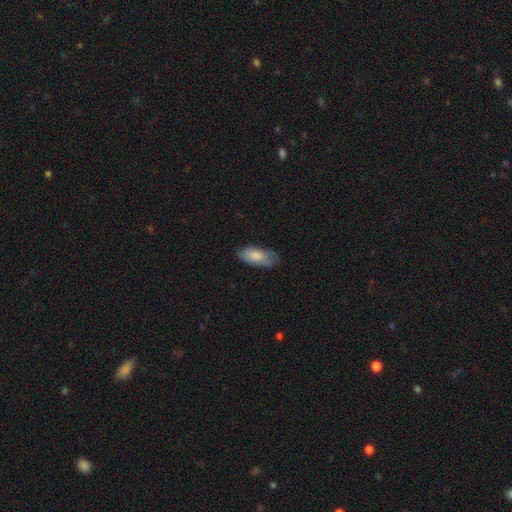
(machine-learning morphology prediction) A smooth galaxy with no disk features (81%) that is in between round and cigar-shaped (87%).

Vote fractions:
- Smooth or featured? smooth: 81% / featured or disk: 13% / star or artifact: 6%
- How rounded? in between: 87% / cigar-shaped: 11% / round: 2%
- Merging? none: 69% / minor disturbance: 25% / major disturbance: 5% / merger: 1%